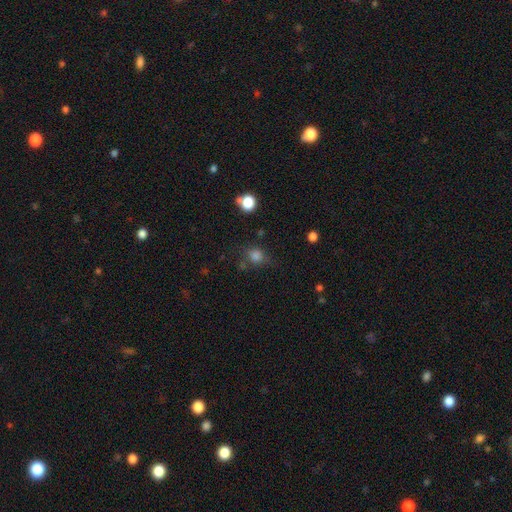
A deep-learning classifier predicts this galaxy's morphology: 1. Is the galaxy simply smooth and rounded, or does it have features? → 79% smooth, 15% star or artifact, 6% featured or disk.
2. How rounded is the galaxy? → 77% round, 22% in between, 1% cigar-shaped.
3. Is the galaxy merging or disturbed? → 65% none, 19% minor disturbance, 9% major disturbance, 7% merger.